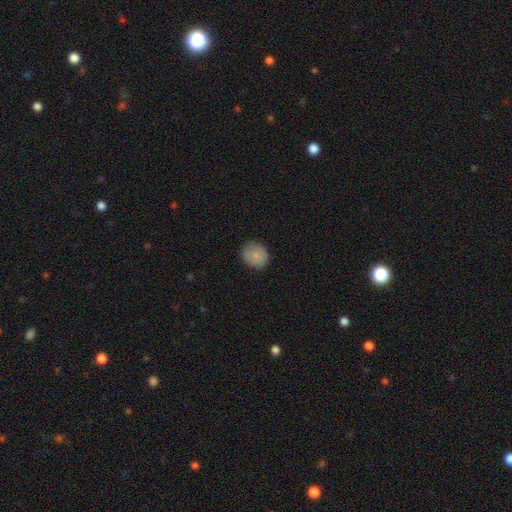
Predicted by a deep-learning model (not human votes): Smooth or featured? smooth (83%)
How rounded? round (75%)
Merging? none (81%)